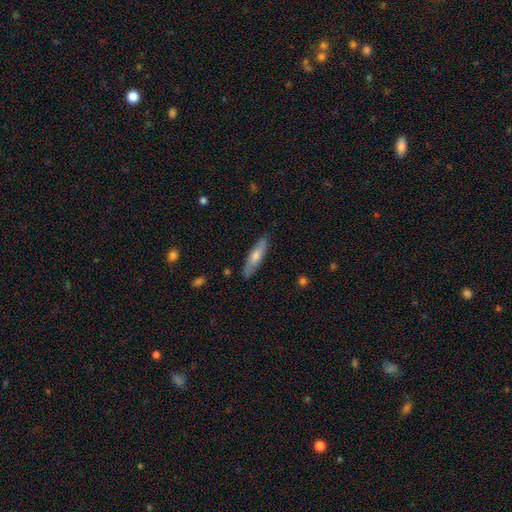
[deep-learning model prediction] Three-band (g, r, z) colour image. It shows a smooth galaxy with no disk features (56%) that is cigar-shaped (76%). Merging: none (86%).